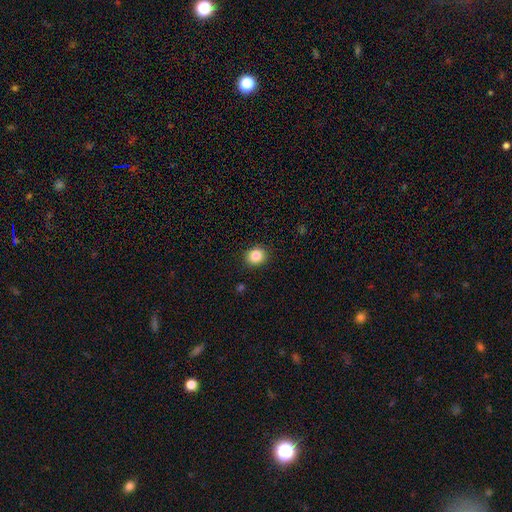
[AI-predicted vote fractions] This appears to be a smooth galaxy with no disk features (85%) that is round (74%). Merging: none (90%).